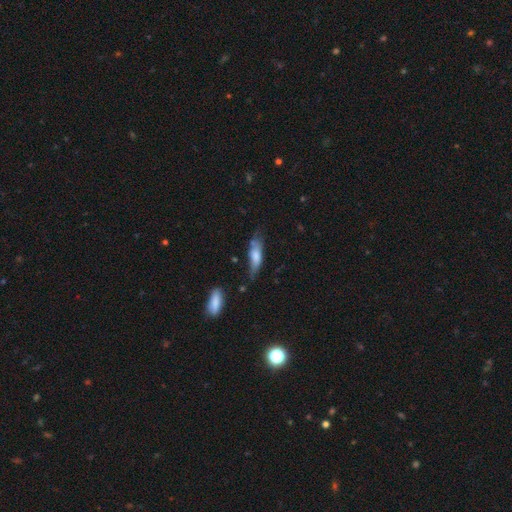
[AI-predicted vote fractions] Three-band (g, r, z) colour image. It shows a smooth galaxy with no disk features (67%) that is in between round and cigar-shaped (49%, tied with cigar-shaped). Merging: none (44%).